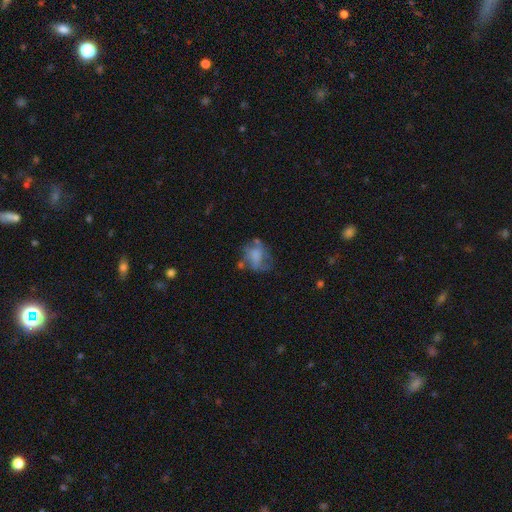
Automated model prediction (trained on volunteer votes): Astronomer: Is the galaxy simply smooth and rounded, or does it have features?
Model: smooth — 50% (runner-up: featured or disk, 39%).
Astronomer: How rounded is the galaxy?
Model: in between — 58% (runner-up: round, 40%).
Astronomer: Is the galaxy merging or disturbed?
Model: none — 42% (runner-up: major disturbance, 26%).